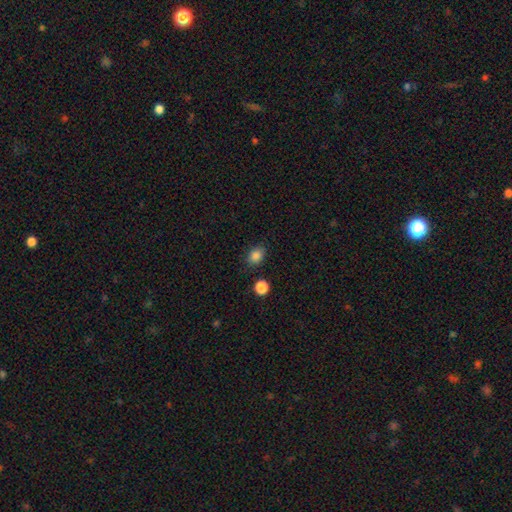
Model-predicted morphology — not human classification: smooth-or-featured: smooth: 85% | star or artifact: 11% | featured or disk: 4%
  how-rounded: in between: 63% | round: 36% | cigar-shaped: 1%
  merging: none: 83% | minor disturbance: 11% | merger: 3% | major disturbance: 3%